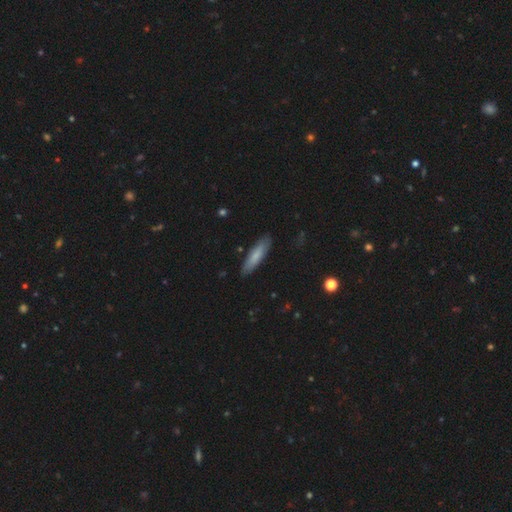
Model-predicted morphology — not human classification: Smooth or featured: smooth — 76% (featured or disk — 18%)
How rounded: cigar-shaped — 76% (in between — 22%)
Merging: none — 87% (minor disturbance — 10%)